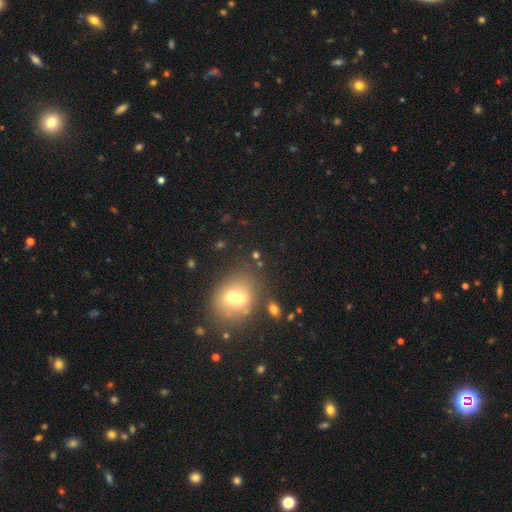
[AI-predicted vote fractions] smooth-or-featured: smooth: 53% | featured or disk: 25% | star or artifact: 22%
  how-rounded: round: 61% | in between: 37% | cigar-shaped: 2%
  merging: merger: 53% | none: 35% | minor disturbance: 8% | major disturbance: 4%